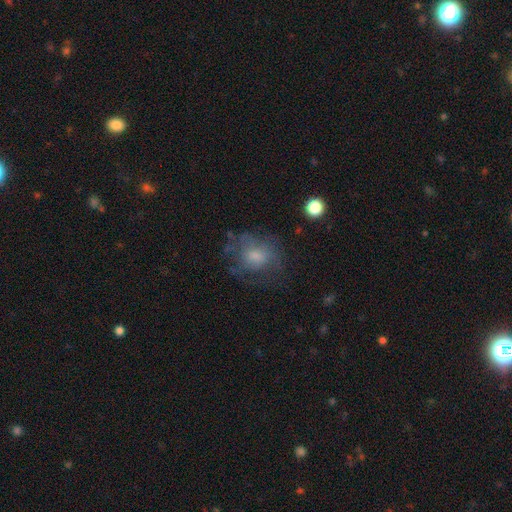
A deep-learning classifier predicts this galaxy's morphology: The model was most divided on "smooth or featured": smooth: 54%, featured or disk: 34%, star or artifact: 12%. More confident: how rounded — round (65%); merging — none (54%).